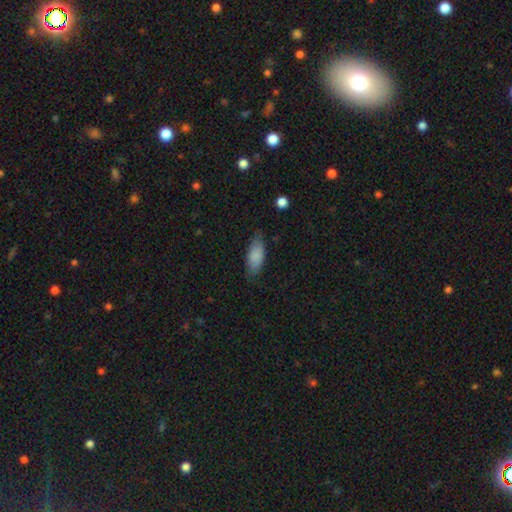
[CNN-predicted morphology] Q: Smooth or featured?
A: smooth (85%); runner-up: featured or disk (9%)
Q: How rounded?
A: in between (82%); runner-up: cigar-shaped (16%)
Q: Merging?
A: none (74%); runner-up: minor disturbance (20%)